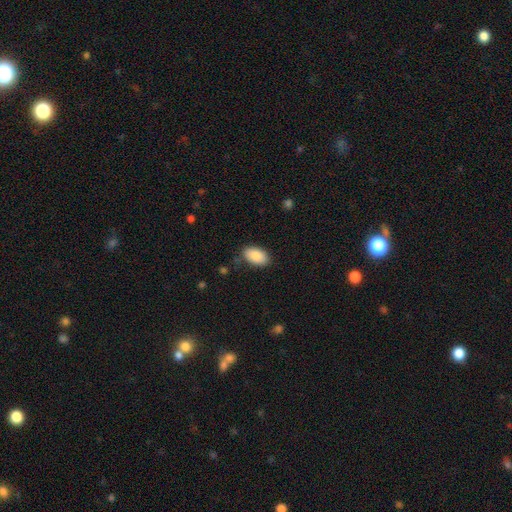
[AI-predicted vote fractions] A smooth galaxy with no disk features (88%) that is in between round and cigar-shaped (94%). Merging: none (82%).